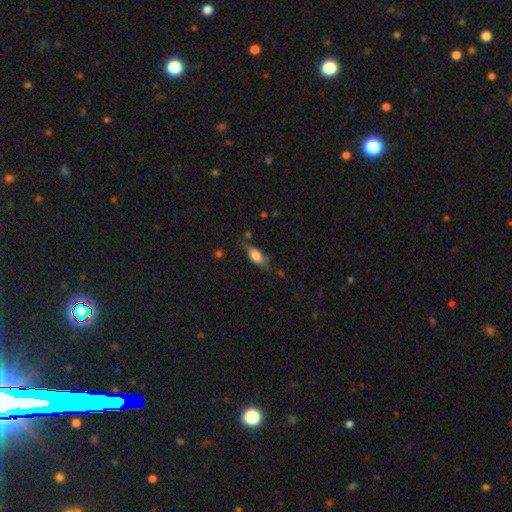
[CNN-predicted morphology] A smooth galaxy with no disk features (71%) that is in between round and cigar-shaped (79%).

Vote fractions:
- Smooth or featured? smooth: 71% / featured or disk: 21% / star or artifact: 8%
- How rounded? in between: 79% / cigar-shaped: 17% / round: 5%
- Merging? none: 59% / minor disturbance: 29% / major disturbance: 9% / merger: 3%